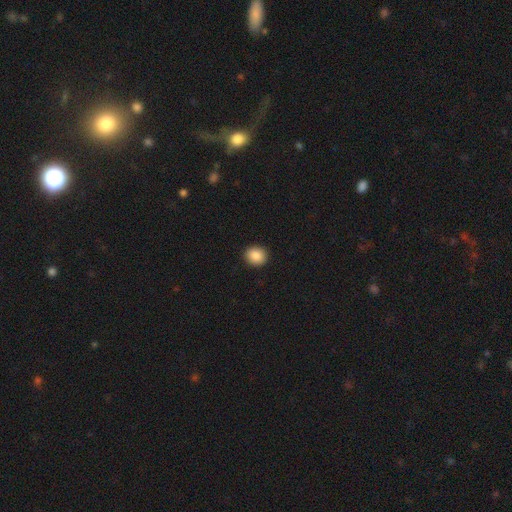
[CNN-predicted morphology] smooth-or-featured: smooth: 87% | star or artifact: 9% | featured or disk: 4%
  how-rounded: round: 78% | in between: 21% | cigar-shaped: 1%
  merging: none: 92% | minor disturbance: 5% | major disturbance: 2% | merger: 1%